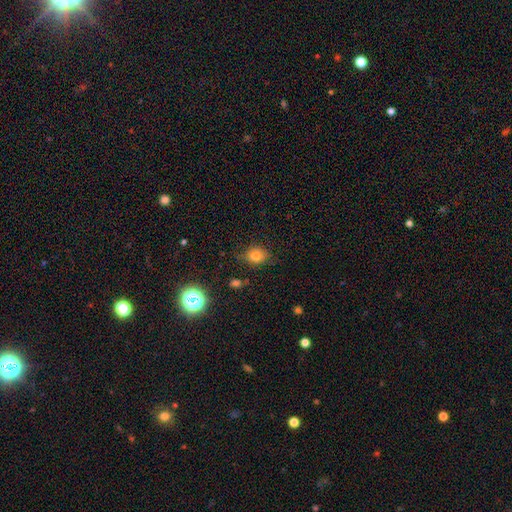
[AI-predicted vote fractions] smooth-or-featured: smooth: 79% | star or artifact: 14% | featured or disk: 8%
  how-rounded: round: 55% | in between: 44% | cigar-shaped: 1%
  merging: none: 77% | minor disturbance: 17% | major disturbance: 4% | merger: 2%